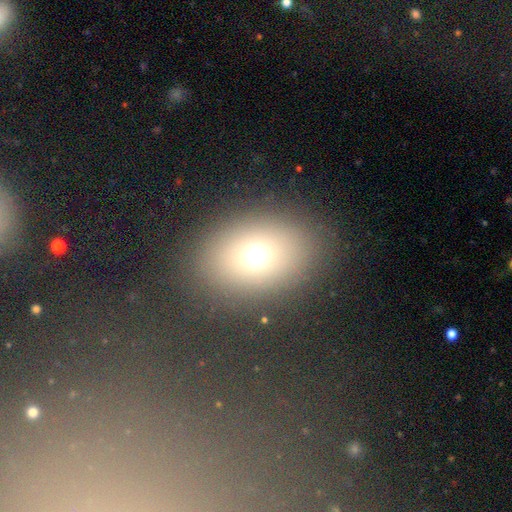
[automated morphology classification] This appears to be a smooth galaxy with no disk features (70%) that is in between round and cigar-shaped (73%). Merging: none (84%).